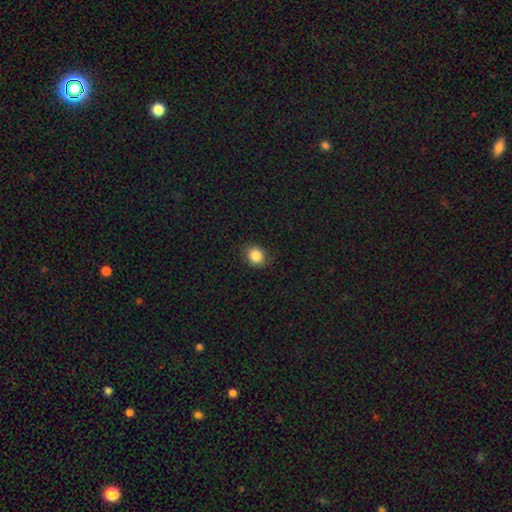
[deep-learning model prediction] This appears to be a smooth galaxy with no disk features (86%) that is round (73%). Merging: none (85%).